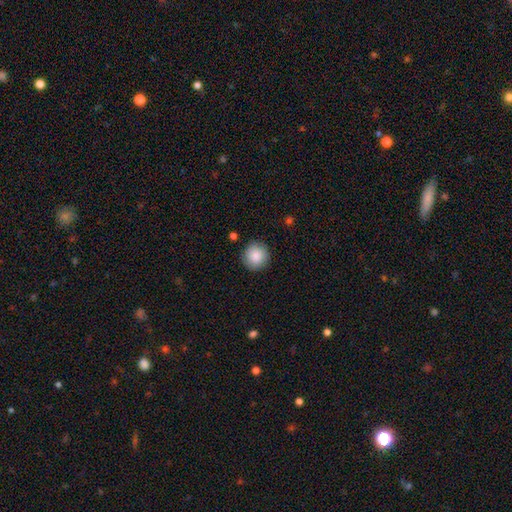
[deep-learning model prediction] A smooth galaxy with no disk features (87%) that is round (93%). Merging: none (89%).